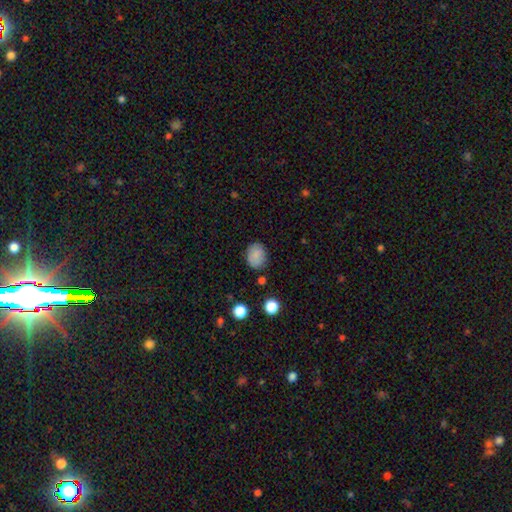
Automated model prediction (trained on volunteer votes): Q: Smooth or featured?
A: smooth (85%); runner-up: star or artifact (9%)
Q: How rounded?
A: in between (50%); runner-up: round (49%)
Q: Merging?
A: none (81%); runner-up: minor disturbance (14%)